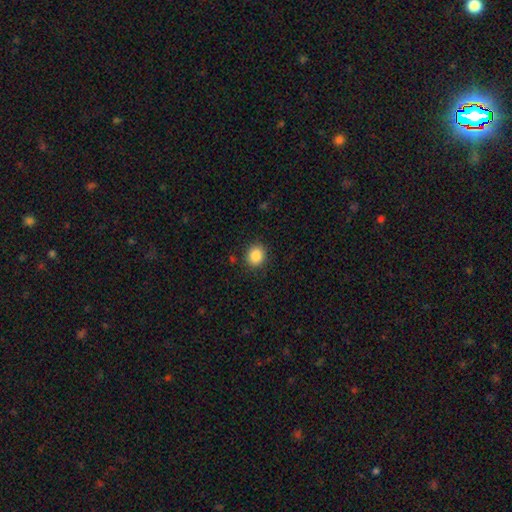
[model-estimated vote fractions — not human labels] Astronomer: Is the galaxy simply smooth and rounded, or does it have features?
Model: smooth — 87%.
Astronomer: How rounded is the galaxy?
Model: round — 76%.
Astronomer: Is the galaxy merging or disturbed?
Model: none — 88%.